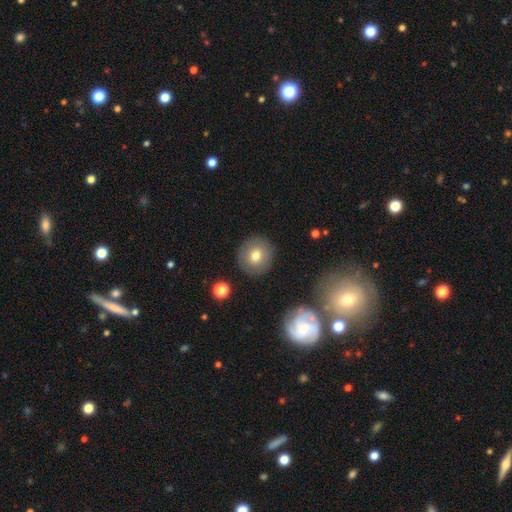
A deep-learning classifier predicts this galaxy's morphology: smooth-or-featured: smooth: 73% | featured or disk: 18% | star or artifact: 9%
  how-rounded: round: 91% | in between: 8% | cigar-shaped: 1%
  merging: none: 88% | minor disturbance: 8% | major disturbance: 3% | merger: 2%